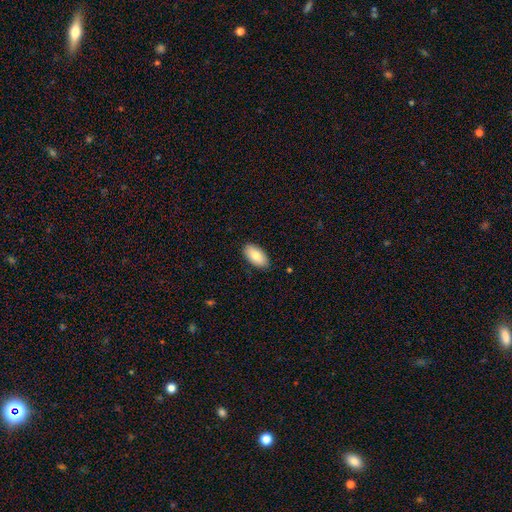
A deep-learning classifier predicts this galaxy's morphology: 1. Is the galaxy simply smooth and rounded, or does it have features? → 81% smooth, 12% featured or disk, 6% star or artifact.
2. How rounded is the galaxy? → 94% in between, 3% cigar-shaped, 3% round.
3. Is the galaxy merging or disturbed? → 87% none, 10% minor disturbance, 2% major disturbance, 1% merger.